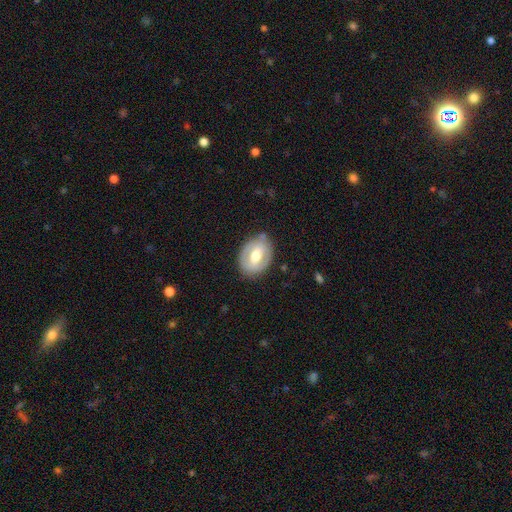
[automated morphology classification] smooth_or_featured: featured or disk (p=0.48) [alt: smooth p=0.46]
merging: none (p=0.78) [alt: minor disturbance p=0.15]